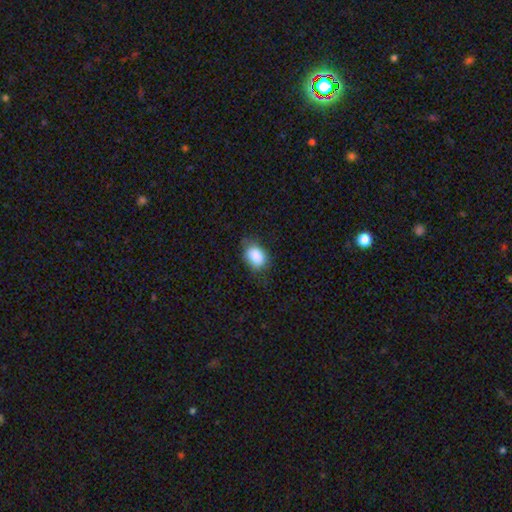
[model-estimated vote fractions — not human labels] The model was most divided on "merging": none: 69%, minor disturbance: 24%, major disturbance: 6%, merger: 1%. More confident: smooth or featured — smooth (85%); how rounded — in between (76%).